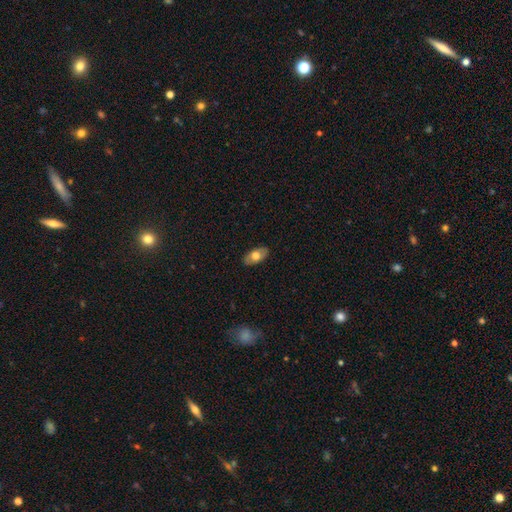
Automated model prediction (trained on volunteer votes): Smooth or featured? Predicted: smooth (p=0.69). How rounded? Predicted: in between (p=0.93). Merging? Predicted: none (p=0.88).